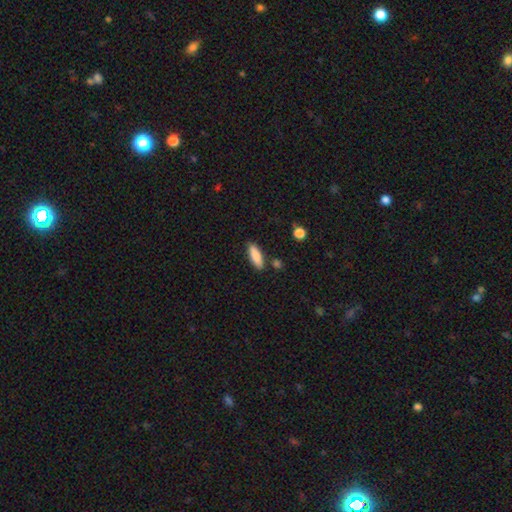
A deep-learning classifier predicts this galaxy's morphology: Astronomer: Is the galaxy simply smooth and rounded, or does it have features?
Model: smooth — 87%.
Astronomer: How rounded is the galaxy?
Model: in between — 53% (runner-up: cigar-shaped, 45%).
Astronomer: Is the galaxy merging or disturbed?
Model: none — 83%.